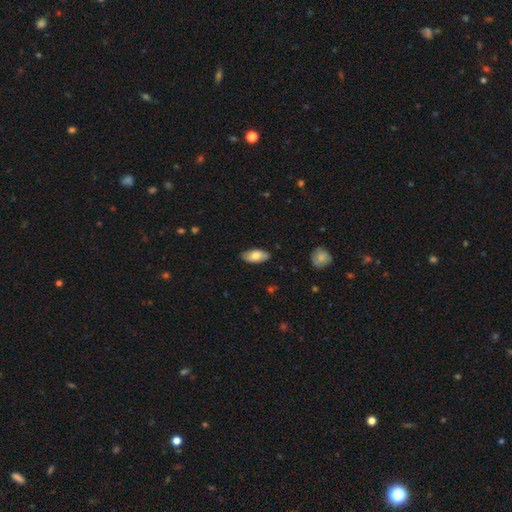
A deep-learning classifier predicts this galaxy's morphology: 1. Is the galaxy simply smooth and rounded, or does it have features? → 76% smooth, 18% featured or disk, 6% star or artifact.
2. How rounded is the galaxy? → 91% in between, 7% cigar-shaped, 2% round.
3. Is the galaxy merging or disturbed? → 83% none, 13% minor disturbance, 2% major disturbance, 1% merger.